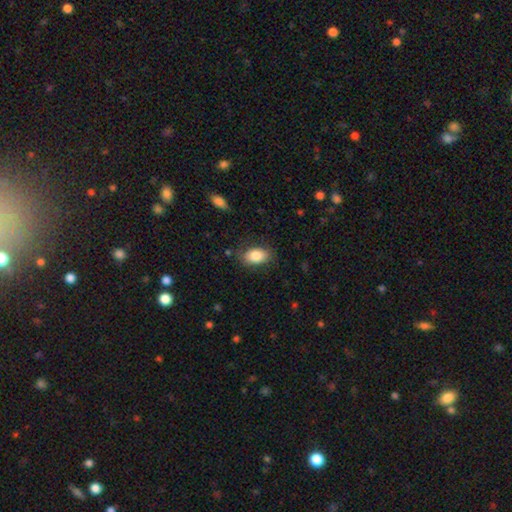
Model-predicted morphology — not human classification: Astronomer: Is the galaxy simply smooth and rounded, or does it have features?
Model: smooth — 84%.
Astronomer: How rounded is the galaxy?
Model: in between — 90%.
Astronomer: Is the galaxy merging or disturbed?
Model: none — 79%.